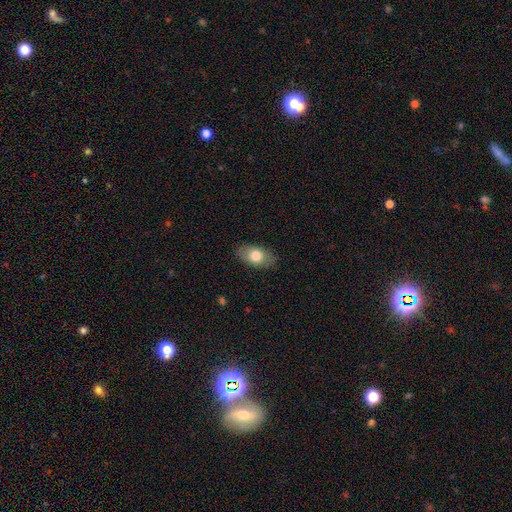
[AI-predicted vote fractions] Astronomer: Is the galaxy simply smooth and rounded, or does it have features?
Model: smooth — 76%.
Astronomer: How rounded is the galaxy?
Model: in between — 91%.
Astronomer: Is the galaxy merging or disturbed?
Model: none — 85%.